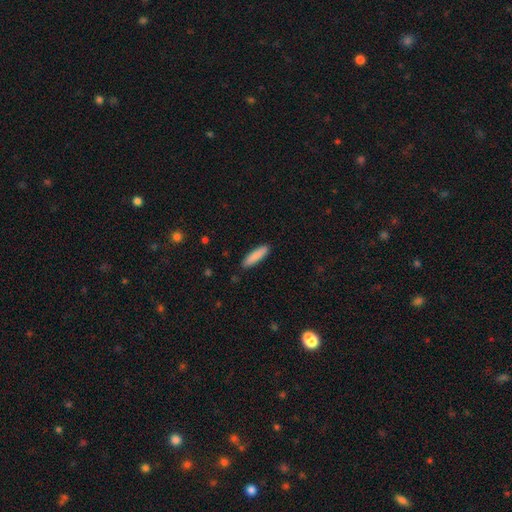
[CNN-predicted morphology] Smooth or featured: smooth — 87% (featured or disk — 7%)
How rounded: cigar-shaped — 76% (in between — 22%)
Merging: none — 89% (minor disturbance — 8%)